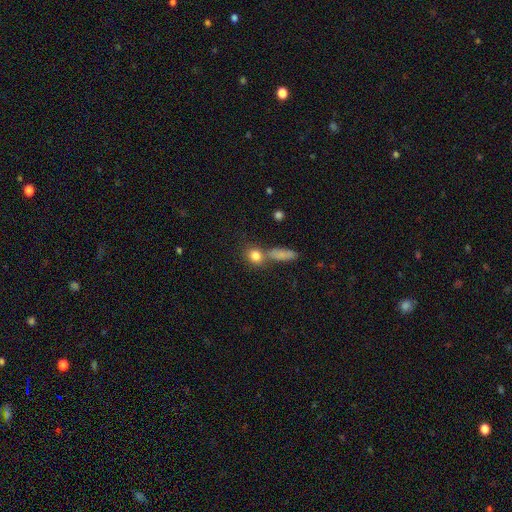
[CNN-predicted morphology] The model was most divided on "merging": none: 57%, merger: 27%, minor disturbance: 11%, major disturbance: 5%. More confident: smooth or featured — smooth (80%); how rounded — round (65%).